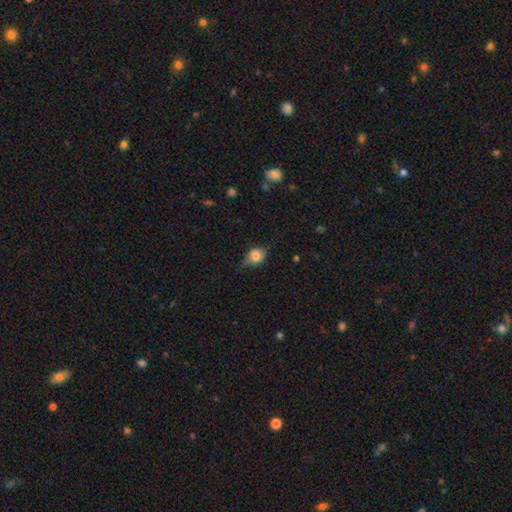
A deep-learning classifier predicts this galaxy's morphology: Overall: smooth (70%). How rounded: in between (50%; round 48%). Merging: none (58%; minor disturbance 32%).